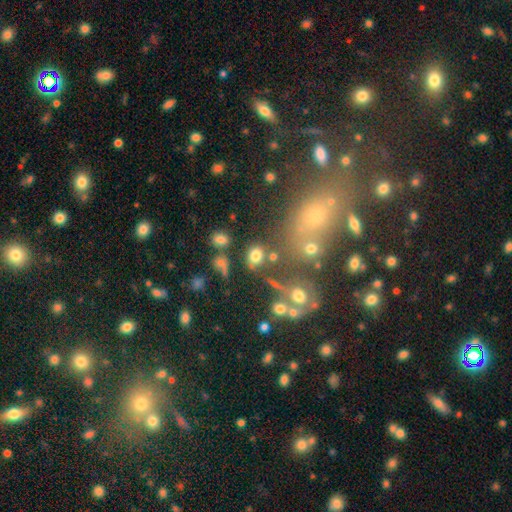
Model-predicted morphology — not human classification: Q: Smooth or featured?
A: smooth (74%); runner-up: star or artifact (15%)
Q: How rounded?
A: in between (49%); tied with: round (49%)
Q: Merging?
A: none (61%); runner-up: merger (16%)